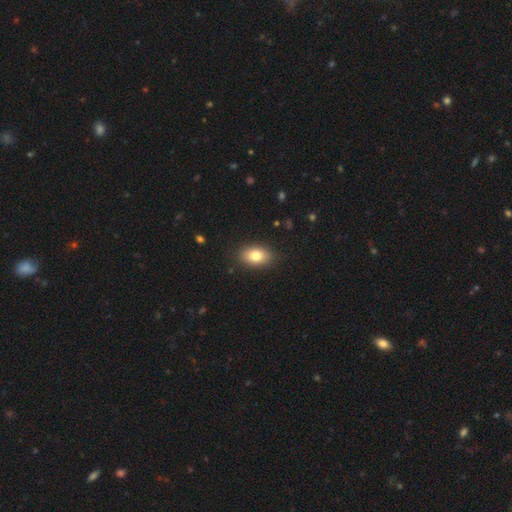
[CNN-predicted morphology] A smooth galaxy with no disk features (79%) that is in between round and cigar-shaped (85%).

Vote fractions:
- Smooth or featured? smooth: 79% / featured or disk: 12% / star or artifact: 9%
- How rounded? in between: 85% / round: 14% / cigar-shaped: 2%
- Merging? none: 87% / minor disturbance: 9% / major disturbance: 2% / merger: 1%